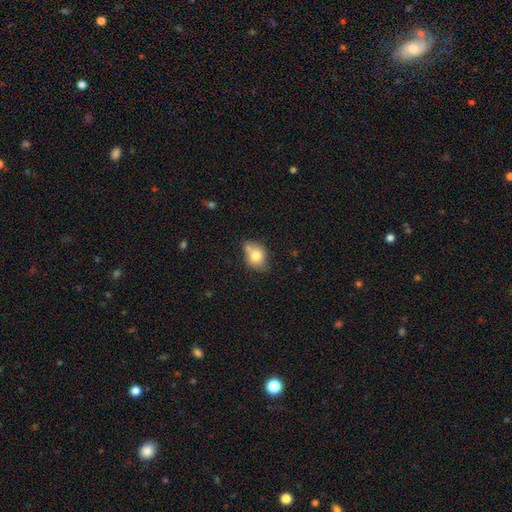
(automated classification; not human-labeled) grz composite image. It shows a smooth galaxy with no disk features (74%) that is in between round and cigar-shaped (56%). Merging: none (51%).